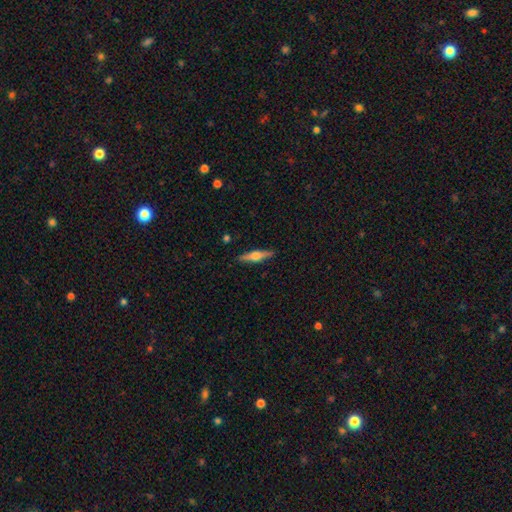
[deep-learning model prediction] A featured or disk galaxy (63%) viewed edge-on (97%) with a rounded central bulge (92%).

Vote fractions:
- Smooth or featured? featured or disk: 63% / smooth: 31% / star or artifact: 6%
- Edge-on disk? yes: 97% / no: 3%
- Edge-on bulge? rounded: 92% / boxy: 5% / none: 2%
- Merging? none: 90% / minor disturbance: 7% / major disturbance: 2% / merger: 1%